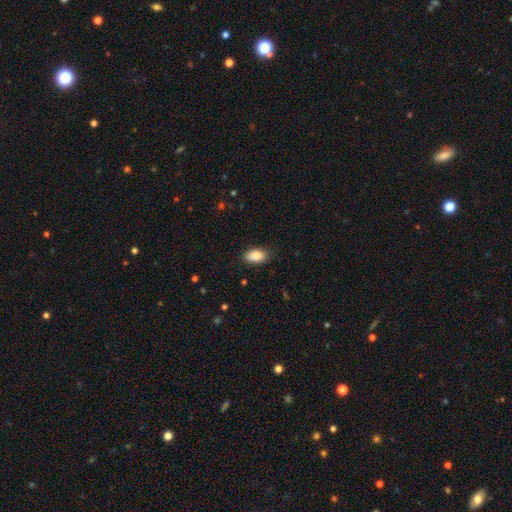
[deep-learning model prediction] Smooth or featured?
  - smooth: 87% *
  - star or artifact: 7%
  - featured or disk: 6%
How rounded?
  - in between: 92% *
  - round: 5%
  - cigar-shaped: 3%
Merging?
  - none: 84% *
  - minor disturbance: 12%
  - major disturbance: 3%
  - merger: 1%